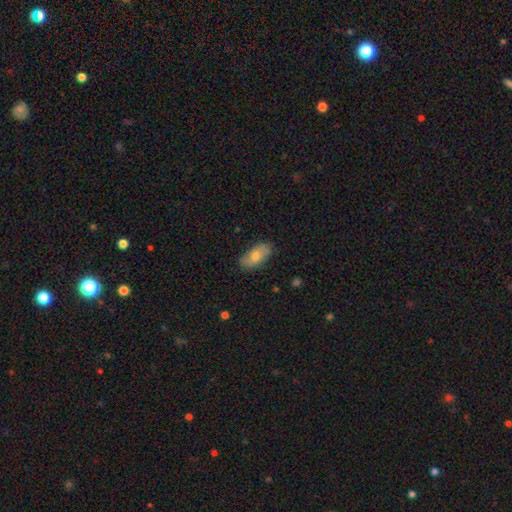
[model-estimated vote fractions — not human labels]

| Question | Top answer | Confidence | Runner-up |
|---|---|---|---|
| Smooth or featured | smooth | 63% | featured or disk (29%) |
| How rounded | in between | 89% | cigar-shaped (7%) |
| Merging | none | 84% | minor disturbance (13%) |